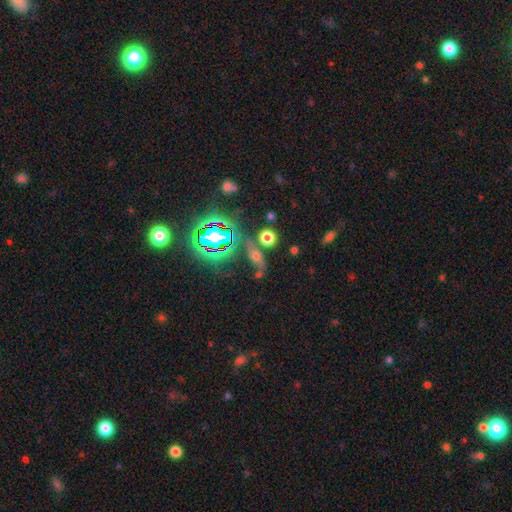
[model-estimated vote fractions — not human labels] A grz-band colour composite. It shows a smooth galaxy with no disk features (38%). Merging: none (57%).